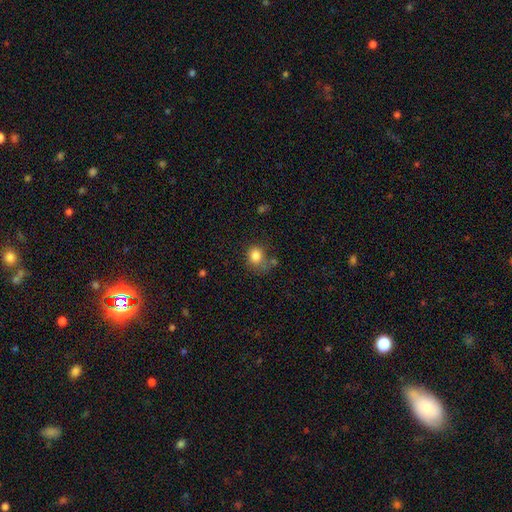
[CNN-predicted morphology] smooth-or-featured: smooth: 82% | star or artifact: 11% | featured or disk: 7%
  how-rounded: round: 66% | in between: 33% | cigar-shaped: 1%
  merging: none: 54% | minor disturbance: 23% | major disturbance: 12% | merger: 11%